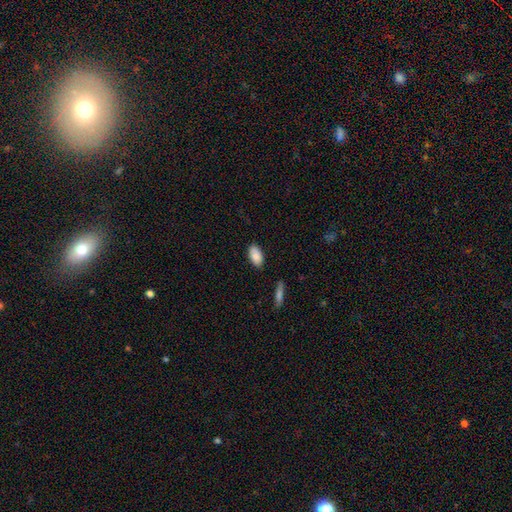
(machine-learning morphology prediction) Smooth or featured: smooth — 87% (featured or disk — 7%)
How rounded: in between — 94% (cigar-shaped — 4%)
Merging: none — 85% (minor disturbance — 11%)